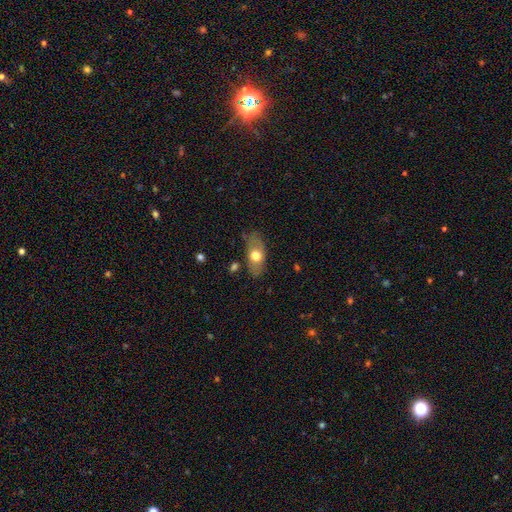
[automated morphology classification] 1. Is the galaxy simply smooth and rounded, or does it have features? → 60% smooth, 33% featured or disk, 7% star or artifact.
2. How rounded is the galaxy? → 85% in between, 7% round, 7% cigar-shaped.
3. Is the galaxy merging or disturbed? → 76% none, 17% minor disturbance, 5% major disturbance, 2% merger.